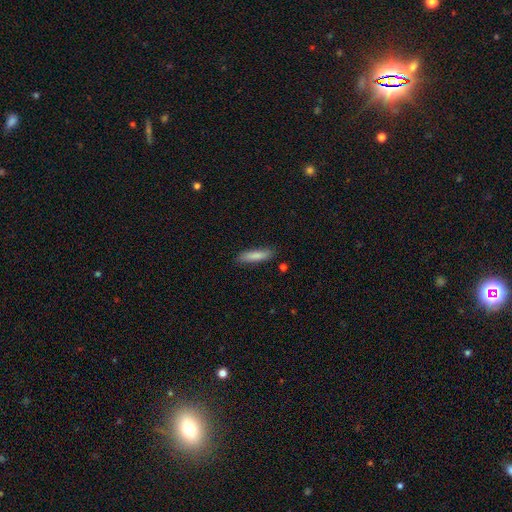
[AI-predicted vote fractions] Smooth or featured? smooth (83%)
How rounded? cigar-shaped (76%)
Merging? none (84%)